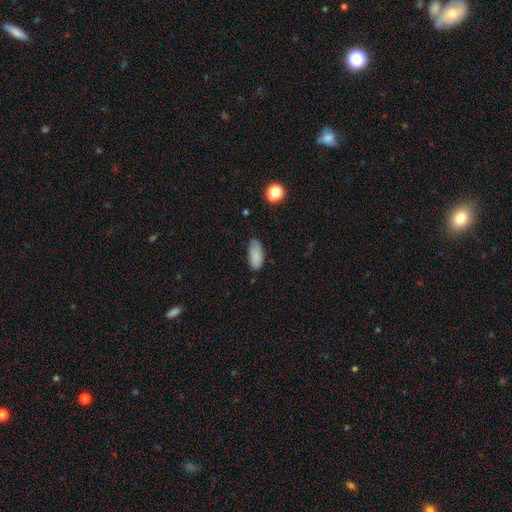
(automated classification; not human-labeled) Overall: smooth (86%). How rounded: in between (90%). Merging: none (68%).